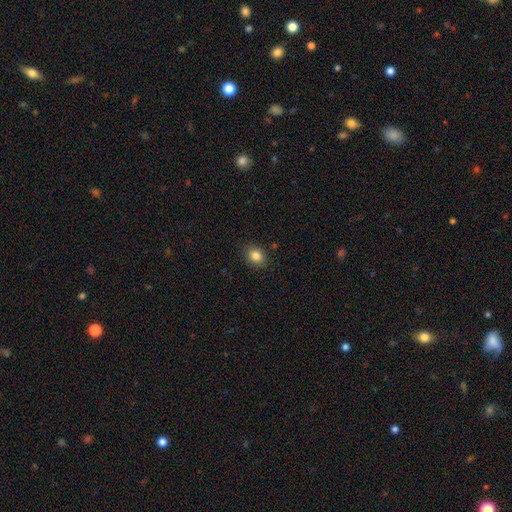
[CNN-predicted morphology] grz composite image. It shows a smooth galaxy with no disk features (84%) that is in between round and cigar-shaped (50%). Merging: none (88%).